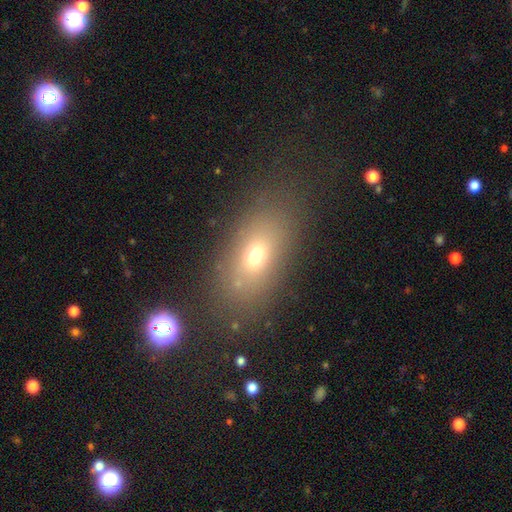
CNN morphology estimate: Smooth or featured? Predicted: smooth (p=0.66). How rounded? Predicted: in between (p=0.79). Merging? Predicted: none (p=0.77).